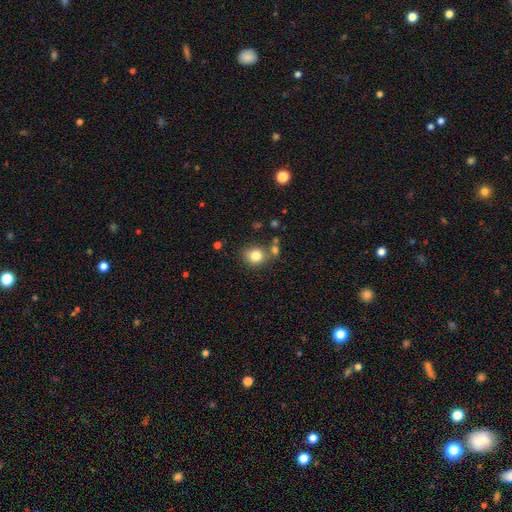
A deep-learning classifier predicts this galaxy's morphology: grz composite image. It shows a smooth galaxy with no disk features (81%) that is round (74%). Merging: none (69%).